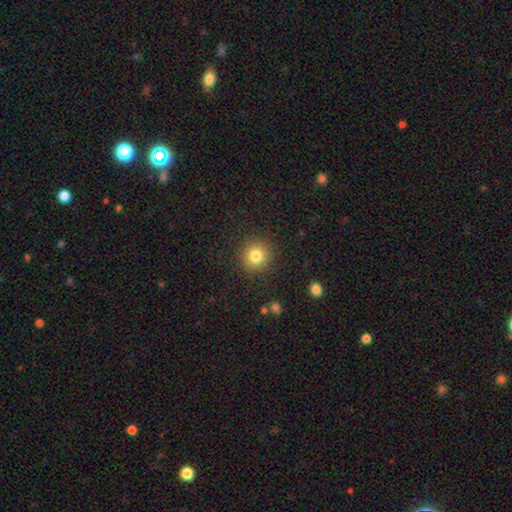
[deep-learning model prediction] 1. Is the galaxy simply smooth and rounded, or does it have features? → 81% smooth, 12% star or artifact, 7% featured or disk.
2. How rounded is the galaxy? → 92% round, 7% in between, 1% cigar-shaped.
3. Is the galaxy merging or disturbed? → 90% none, 7% minor disturbance, 3% major disturbance, 1% merger.